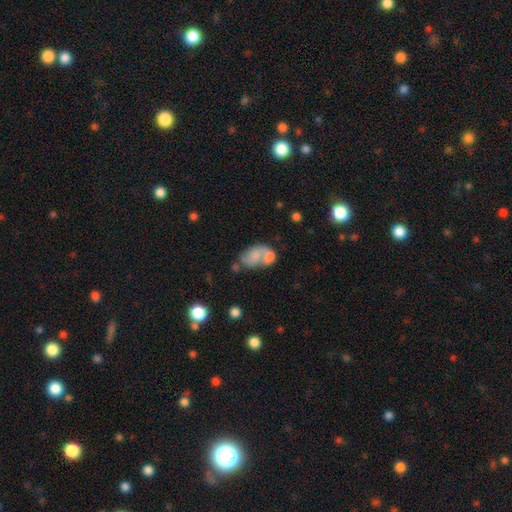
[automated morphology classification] type=smooth (56%); roundness=in between (84%); merging=merger (56%).